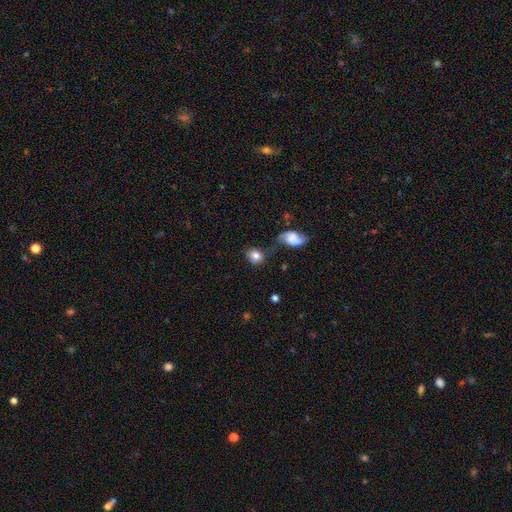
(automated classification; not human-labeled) This appears to be a smooth galaxy with no disk features (80%) that is round (69%). Merging: none (56%).